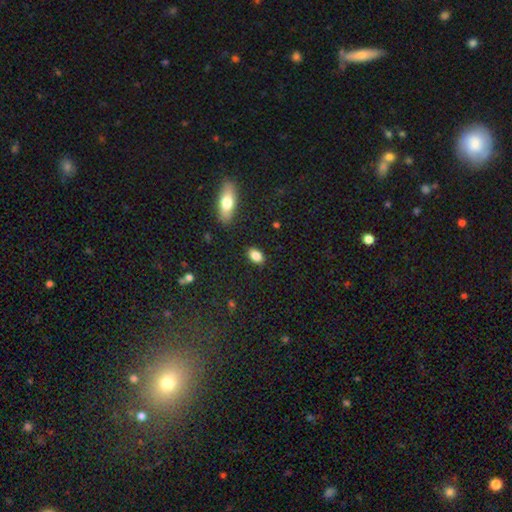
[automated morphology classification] smooth_or_featured: smooth (p=0.84) [alt: star or artifact p=0.09]
how_rounded: in between (p=0.86) [alt: round p=0.12]
merging: none (p=0.86) [alt: minor disturbance p=0.10]